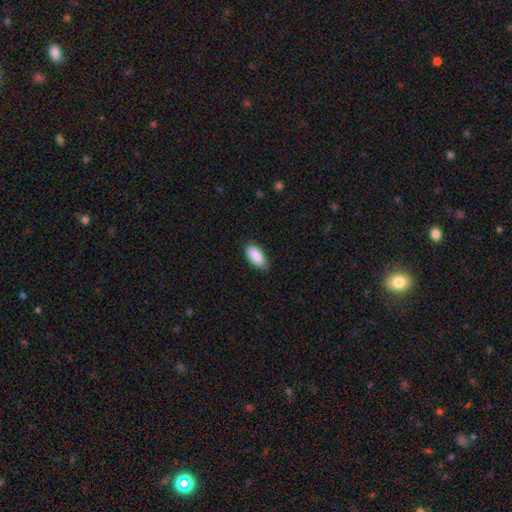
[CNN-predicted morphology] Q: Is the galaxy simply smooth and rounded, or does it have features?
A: smooth — 90%.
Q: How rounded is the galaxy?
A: in between — 90%.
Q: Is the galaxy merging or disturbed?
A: none — 81%.